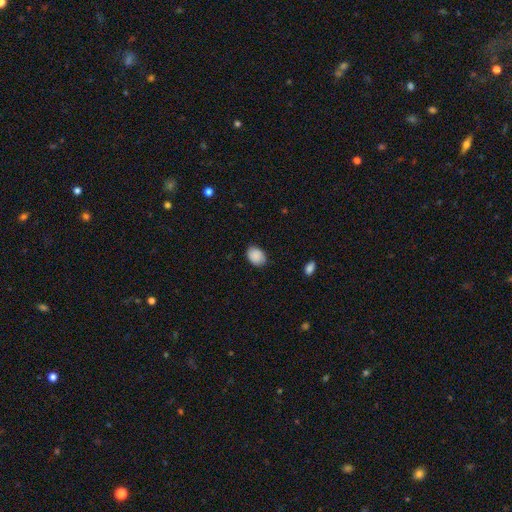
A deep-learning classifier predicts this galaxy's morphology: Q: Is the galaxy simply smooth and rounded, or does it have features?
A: smooth — 86%.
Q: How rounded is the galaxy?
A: in between — 67%.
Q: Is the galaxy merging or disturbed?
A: none — 78%.